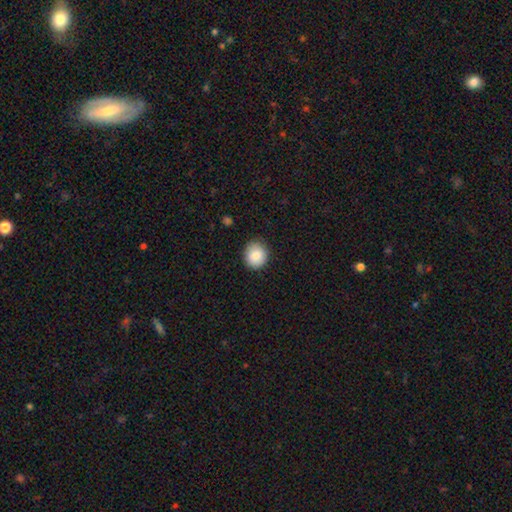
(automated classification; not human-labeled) Smooth or featured? Predicted: smooth (p=0.86). How rounded? Predicted: round (p=0.82). Merging? Predicted: none (p=0.85).